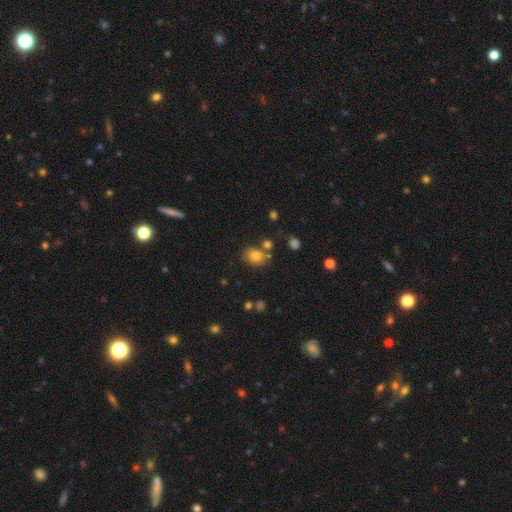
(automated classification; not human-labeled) smooth_or_featured: smooth (p=0.80) [alt: star or artifact p=0.12]
how_rounded: in between (p=0.51) [alt: round p=0.48]
merging: none (p=0.67) [alt: minor disturbance p=0.14]